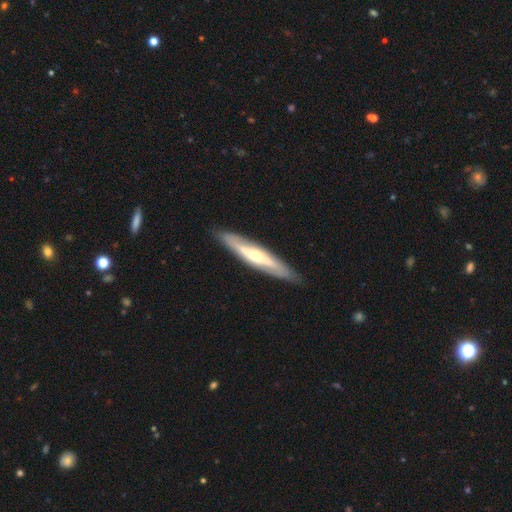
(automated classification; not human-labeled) Smooth or featured? Predicted: featured or disk (p=0.64). Edge-on disk? Predicted: yes (p=0.69). Merging? Predicted: none (p=0.86).